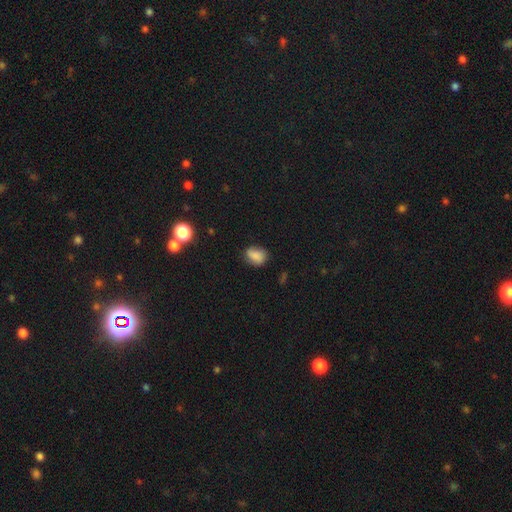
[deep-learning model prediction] This is clearly a smooth galaxy (81%). How rounded: likely in between (66%). Merging: likely none (66%).